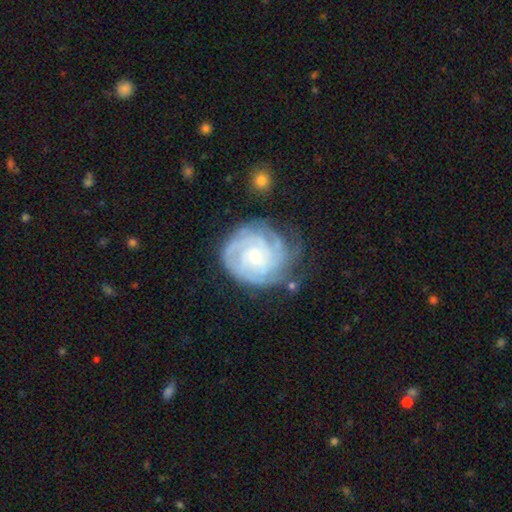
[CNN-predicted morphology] featured or disk 84%, smooth 9%, star or artifact 6%. Down the decision tree: edge-on disk — no (98%); bar — no (68%); spiral arms — yes (97%); spiral arm count — can't tell (28%); spiral winding — tight (79%); bulge size — small (60%); merging — none (70%).